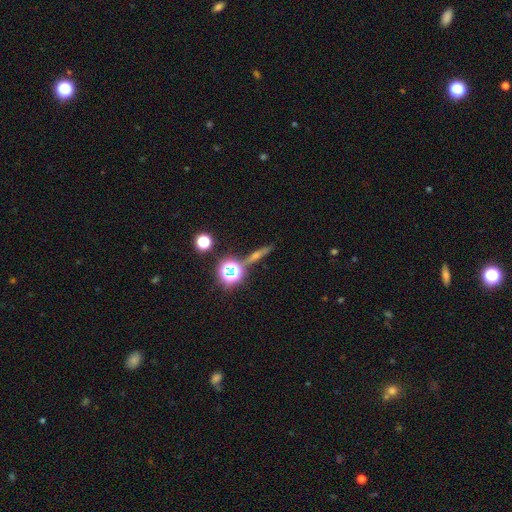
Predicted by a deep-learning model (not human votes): This appears to be a featured or disk galaxy (42%). Merging: none (81%).